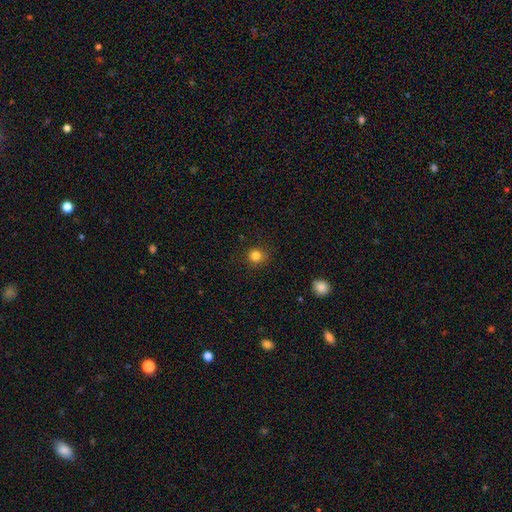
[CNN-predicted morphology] Smooth or featured? Predicted: smooth (p=0.83). How rounded? Predicted: round (p=0.92). Merging? Predicted: none (p=0.88).